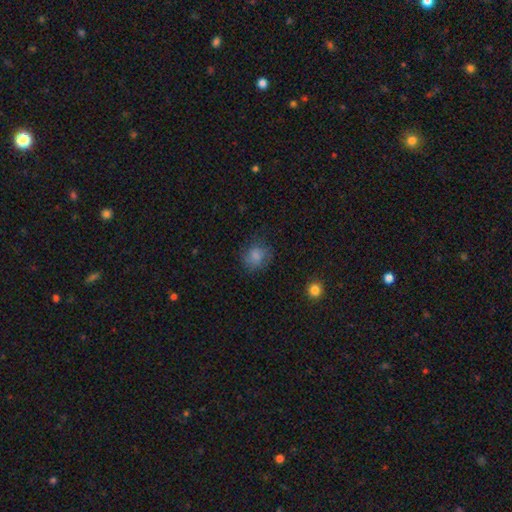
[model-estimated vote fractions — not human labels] Q: Smooth or featured?
A: smooth (78%); runner-up: star or artifact (11%)
Q: How rounded?
A: round (74%); runner-up: in between (25%)
Q: Merging?
A: none (69%); runner-up: minor disturbance (20%)